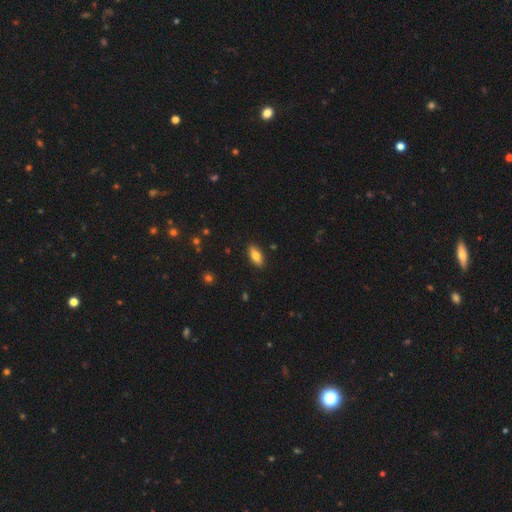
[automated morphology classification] The model was most divided on "smooth or featured": smooth: 76%, featured or disk: 17%, star or artifact: 7%. More confident: merging — none (89%); how rounded — in between (82%).